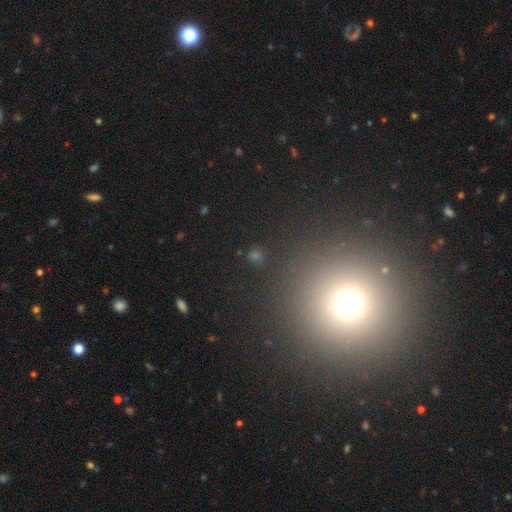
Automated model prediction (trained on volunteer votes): A star or artifact, not a galaxy (47%).